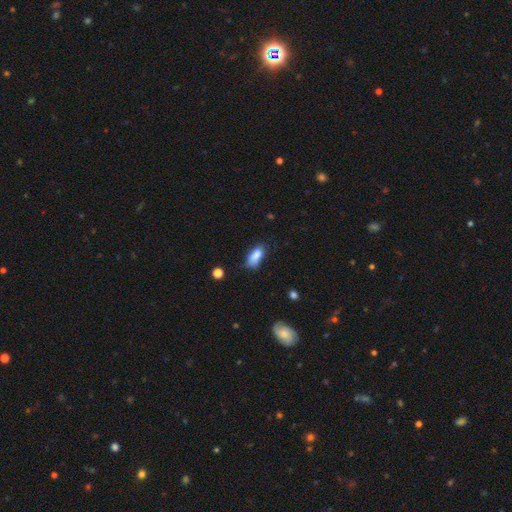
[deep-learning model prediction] smooth-or-featured: smooth: 84% | star or artifact: 8% | featured or disk: 8%
  how-rounded: in between: 85% | cigar-shaped: 12% | round: 3%
  merging: none: 61% | minor disturbance: 28% | major disturbance: 7% | merger: 3%